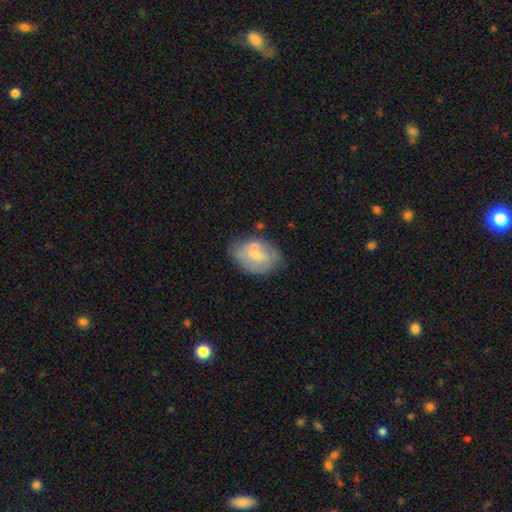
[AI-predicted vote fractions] This is possibly a smooth galaxy (51%). How rounded: likely in between (77%). Merging: possibly none (51%).